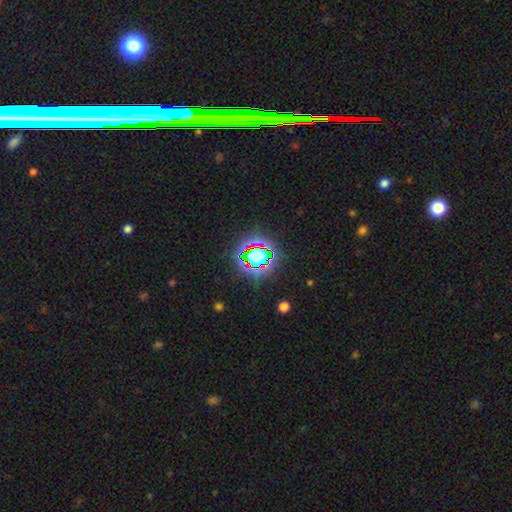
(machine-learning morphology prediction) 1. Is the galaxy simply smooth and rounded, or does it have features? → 65% star or artifact, 23% smooth, 12% featured or disk.